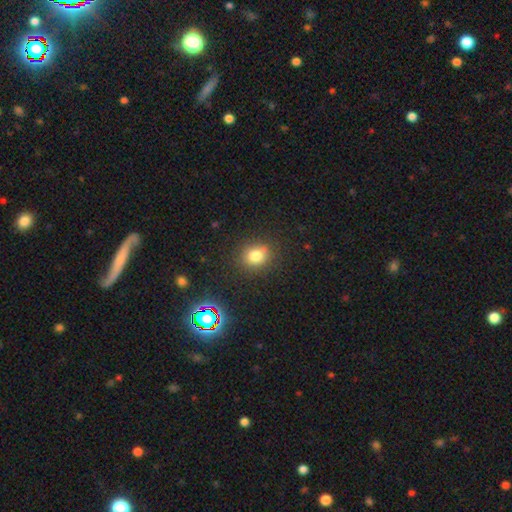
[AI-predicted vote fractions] Smooth or featured?
  - smooth: 78% *
  - star or artifact: 15%
  - featured or disk: 8%
How rounded?
  - round: 65% *
  - in between: 34%
  - cigar-shaped: 1%
Merging?
  - none: 81% *
  - minor disturbance: 13%
  - major disturbance: 4%
  - merger: 3%